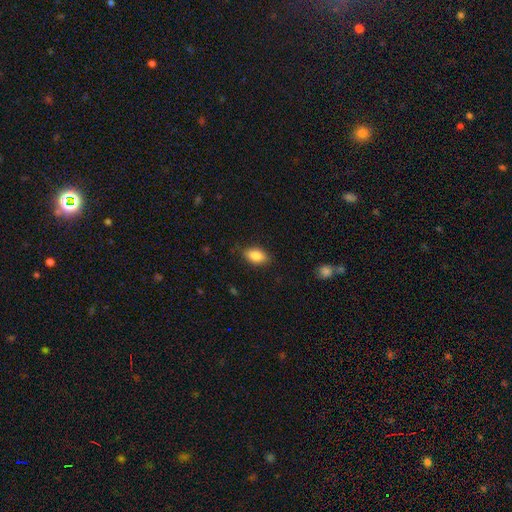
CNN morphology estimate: This appears to be a smooth galaxy with no disk features (86%) that is in between round and cigar-shaped (89%). Merging: none (82%).